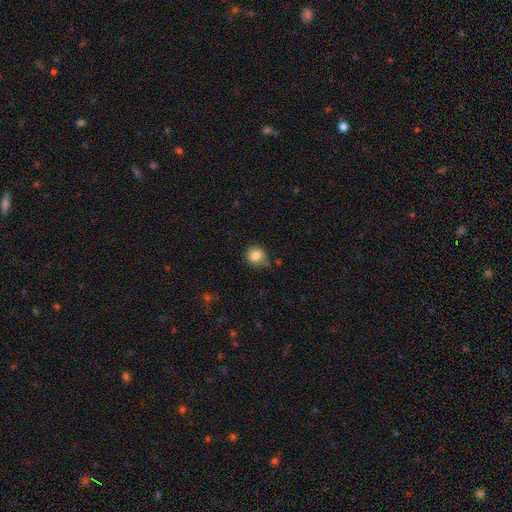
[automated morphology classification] smooth-or-featured: smooth: 83% | star or artifact: 10% | featured or disk: 7%
  how-rounded: round: 81% | in between: 18% | cigar-shaped: 1%
  merging: none: 71% | minor disturbance: 21% | major disturbance: 4% | merger: 3%